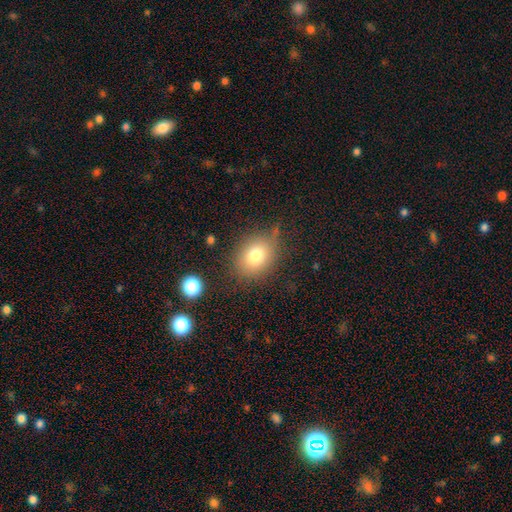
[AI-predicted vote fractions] A smooth galaxy with no disk features (77%) that is in between round and cigar-shaped (53%).

Vote fractions:
- Smooth or featured? smooth: 77% / featured or disk: 12% / star or artifact: 11%
- How rounded? in between: 53% / round: 46% / cigar-shaped: 1%
- Merging? none: 73% / minor disturbance: 18% / major disturbance: 6% / merger: 3%